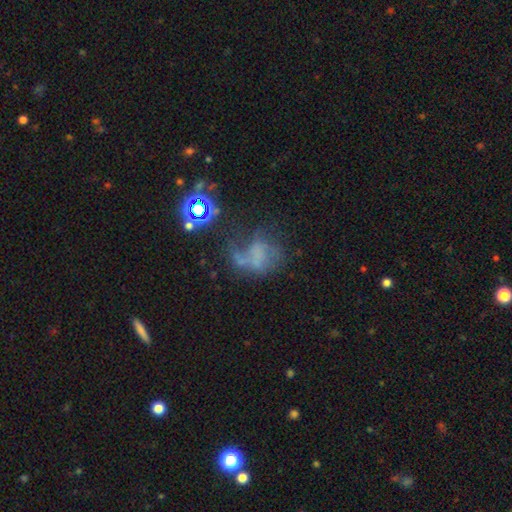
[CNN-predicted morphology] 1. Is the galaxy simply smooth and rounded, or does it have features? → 44% featured or disk, 29% smooth, 26% star or artifact.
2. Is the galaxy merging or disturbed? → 42% major disturbance, 29% none, 17% minor disturbance, 12% merger.